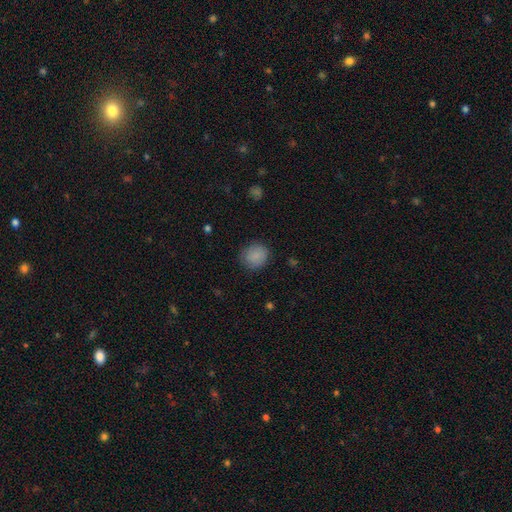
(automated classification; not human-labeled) Smooth or featured: smooth — 85% (featured or disk — 8%)
How rounded: round — 80% (in between — 19%)
Merging: none — 81% (minor disturbance — 15%)